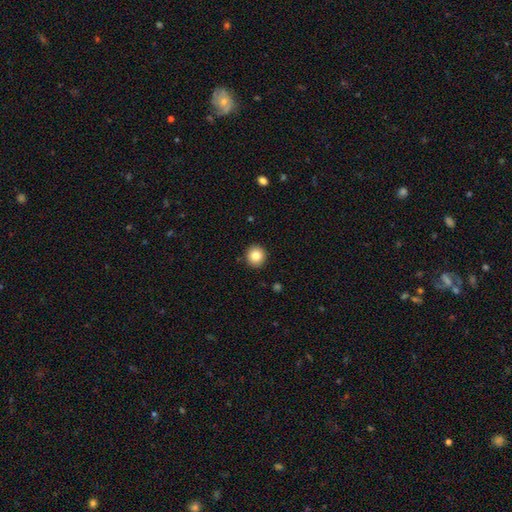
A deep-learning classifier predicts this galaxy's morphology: A smooth galaxy with no disk features (83%) that is round (94%).

Vote fractions:
- Smooth or featured? smooth: 83% / star or artifact: 10% / featured or disk: 7%
- How rounded? round: 94% / in between: 5% / cigar-shaped: 1%
- Merging? none: 92% / minor disturbance: 5% / major disturbance: 2% / merger: 1%